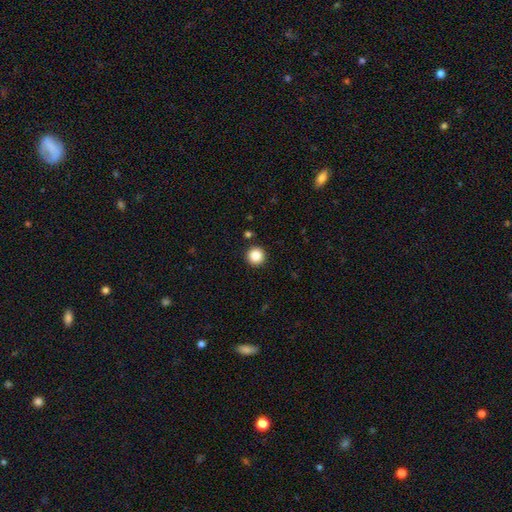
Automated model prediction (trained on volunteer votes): Smooth or featured?
  - smooth: 87% *
  - star or artifact: 10%
  - featured or disk: 3%
How rounded?
  - round: 96% *
  - in between: 3%
  - cigar-shaped: 1%
Merging?
  - none: 92% *
  - minor disturbance: 4%
  - merger: 2%
  - major disturbance: 2%